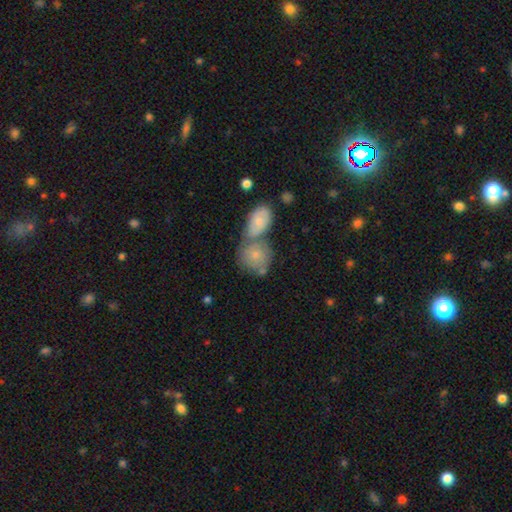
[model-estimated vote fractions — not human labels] Smooth or featured? Predicted: smooth (p=0.70). How rounded? Predicted: round (p=0.72). Merging? Predicted: merger (p=0.53).